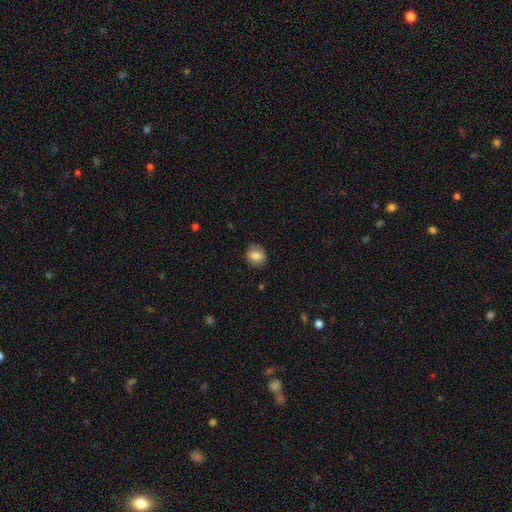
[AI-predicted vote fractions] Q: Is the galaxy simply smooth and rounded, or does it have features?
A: smooth — 82%.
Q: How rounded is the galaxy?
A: round — 74%.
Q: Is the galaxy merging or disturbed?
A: none — 86%.